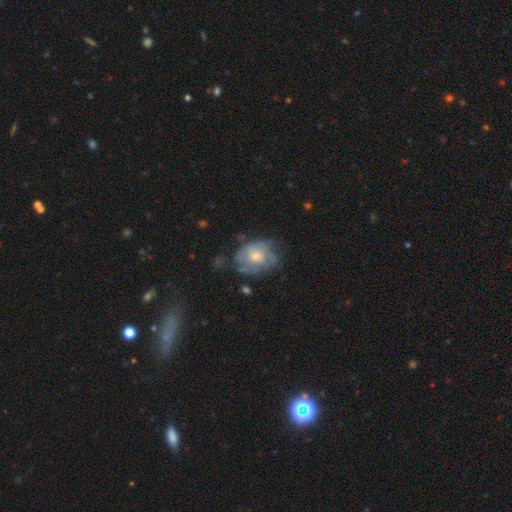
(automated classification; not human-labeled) smooth_or_featured: featured or disk (p=0.57) [alt: smooth p=0.36]
disk_edge_on: no (p=0.97) [alt: yes p=0.03]
bar: no (p=0.78) [alt: weak p=0.19]
has_spiral_arms: yes (p=0.62) [alt: no p=0.38]
bulge_size: moderate (p=0.51) [alt: small p=0.39]
merging: none (p=0.49) [alt: minor disturbance p=0.29]